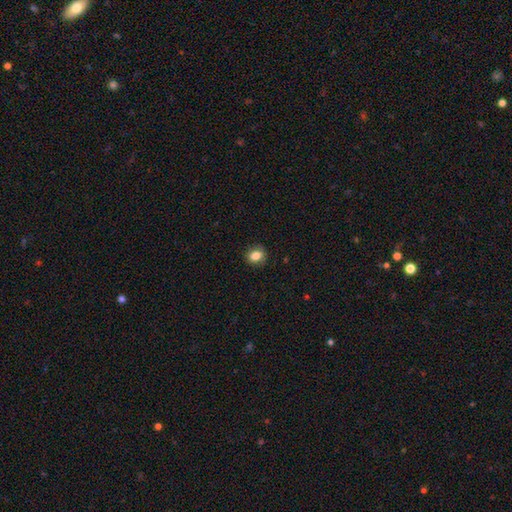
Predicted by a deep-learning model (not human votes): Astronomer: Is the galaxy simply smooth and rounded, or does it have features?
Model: smooth — 82%.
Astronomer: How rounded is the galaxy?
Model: round — 65%.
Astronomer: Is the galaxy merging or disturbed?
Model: none — 86%.